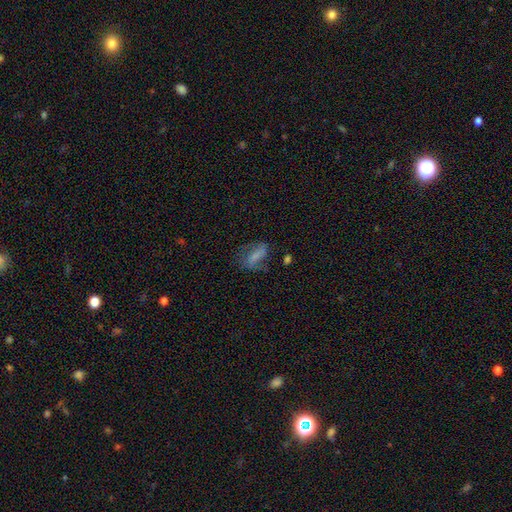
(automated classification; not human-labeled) A smooth galaxy with no disk features (52%) that is in between round and cigar-shaped (74%).

Vote fractions:
- Smooth or featured? smooth: 52% / featured or disk: 37% / star or artifact: 12%
- How rounded? in between: 74% / cigar-shaped: 19% / round: 8%
- Merging? none: 51% / minor disturbance: 24% / major disturbance: 21% / merger: 3%